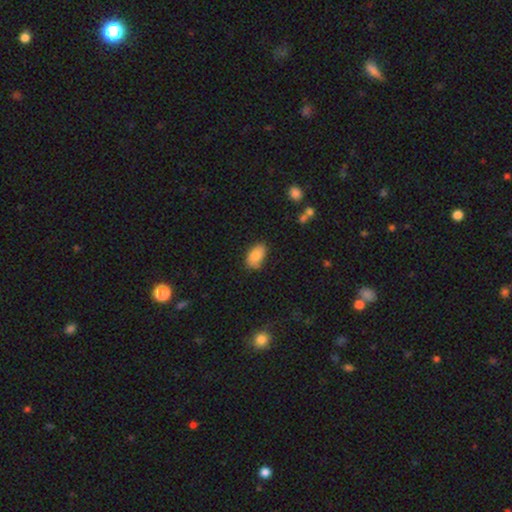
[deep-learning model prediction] smooth-or-featured: smooth: 84% | featured or disk: 8% | star or artifact: 8%
  how-rounded: in between: 92% | round: 6% | cigar-shaped: 2%
  merging: none: 71% | minor disturbance: 23% | major disturbance: 4% | merger: 2%